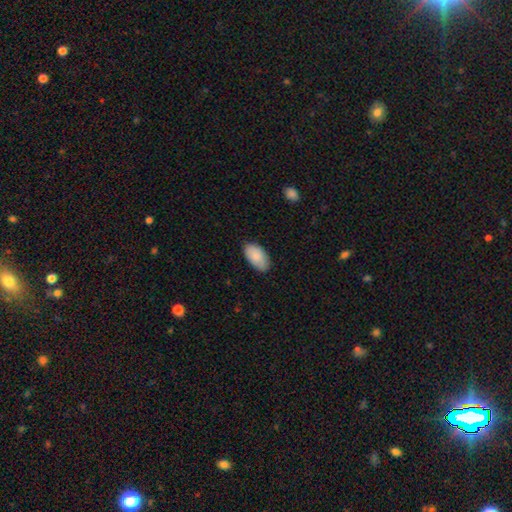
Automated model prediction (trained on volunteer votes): A smooth galaxy with no disk features (86%) that is in between round and cigar-shaped (95%). Merging: none (83%).